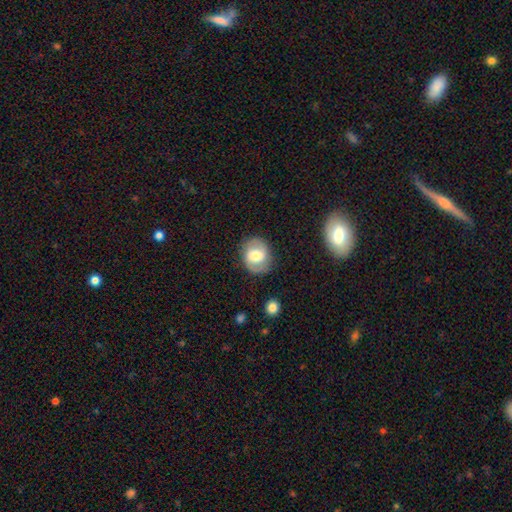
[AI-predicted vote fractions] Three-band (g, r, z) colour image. It shows a smooth galaxy with no disk features (52%) that is round (59%). Merging: none (80%).